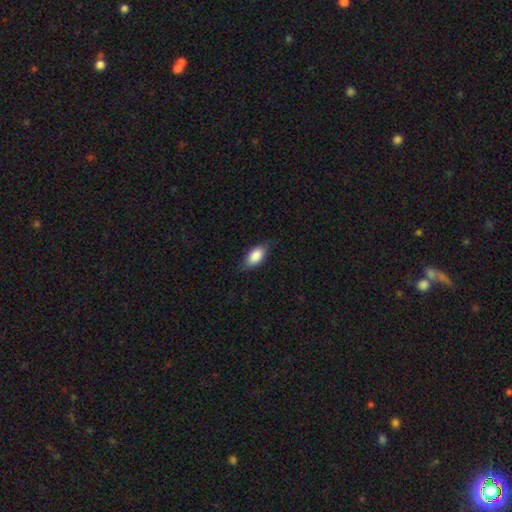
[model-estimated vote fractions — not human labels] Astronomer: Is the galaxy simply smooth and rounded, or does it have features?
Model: smooth — 84%.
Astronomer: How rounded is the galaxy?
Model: in between — 90%.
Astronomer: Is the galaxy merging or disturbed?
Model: none — 76%.